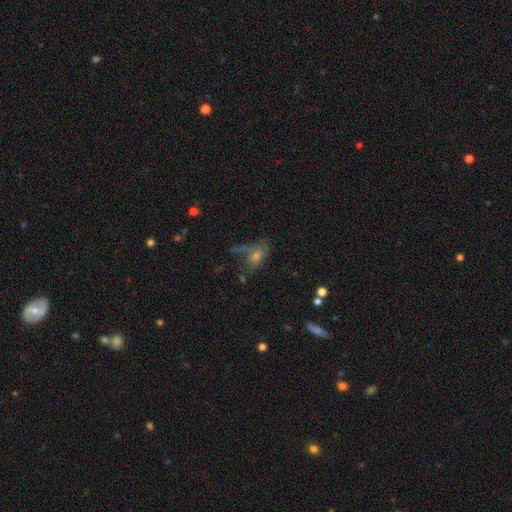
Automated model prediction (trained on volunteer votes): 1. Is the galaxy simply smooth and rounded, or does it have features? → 42% smooth, 36% featured or disk, 23% star or artifact.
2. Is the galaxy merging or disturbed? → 42% none, 26% major disturbance, 21% minor disturbance, 11% merger.